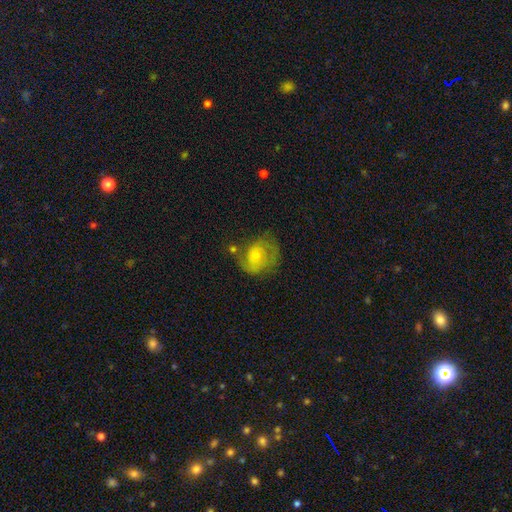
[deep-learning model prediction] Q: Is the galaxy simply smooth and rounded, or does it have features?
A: featured or disk — 52%.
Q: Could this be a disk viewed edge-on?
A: no — 97%.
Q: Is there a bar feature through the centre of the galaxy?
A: no — 70%.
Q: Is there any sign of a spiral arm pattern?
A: yes — 72%.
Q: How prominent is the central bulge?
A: small — 53%.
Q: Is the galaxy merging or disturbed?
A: none — 49%.